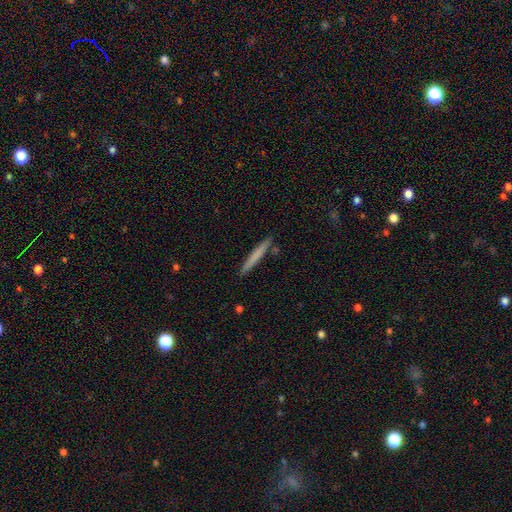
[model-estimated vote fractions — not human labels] smooth_or_featured: smooth (p=0.67) [alt: featured or disk p=0.27]
how_rounded: cigar-shaped (p=0.96) [alt: in between p=0.02]
merging: none (p=0.88) [alt: minor disturbance p=0.08]